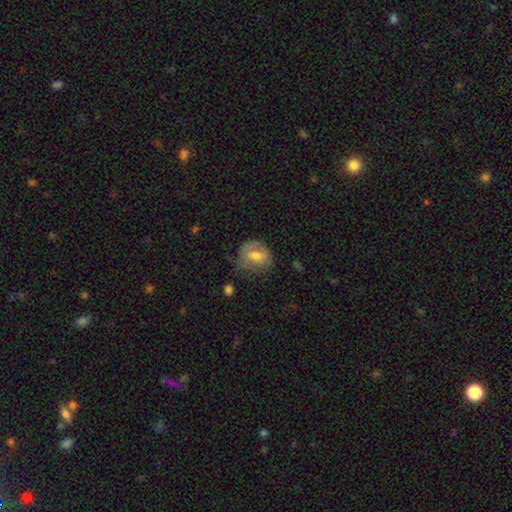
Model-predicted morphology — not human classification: This is likely a smooth galaxy (61%). How rounded: likely round (67%). Merging: possibly none (51%).